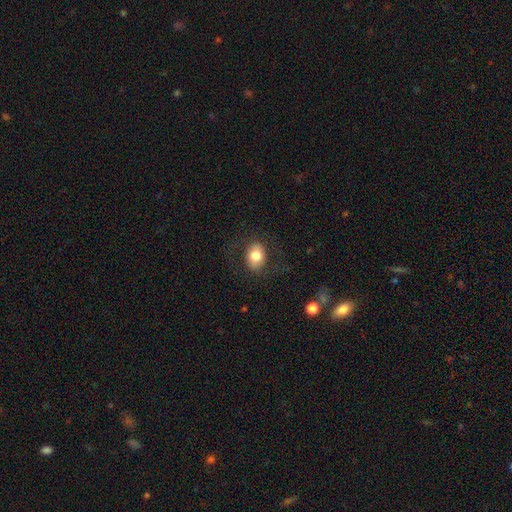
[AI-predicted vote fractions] This appears to be a smooth galaxy with no disk features (76%) that is in between round and cigar-shaped (63%). Merging: none (77%).